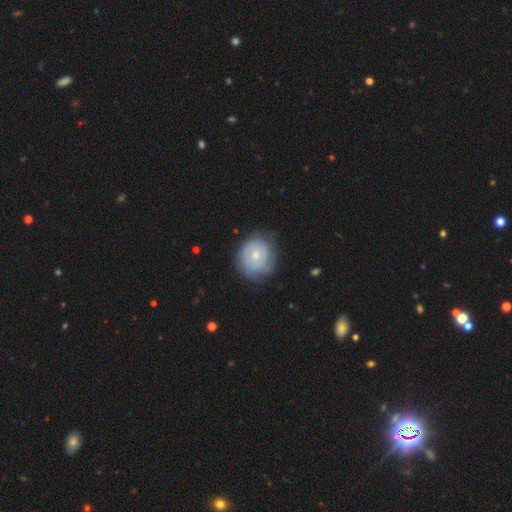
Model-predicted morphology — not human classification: The model was most divided on "bulge size": small: 50%, moderate: 45%, large: 2%, none: 2%, dominant: 1%. More confident: edge-on disk — no (98%); spiral arms — yes (79%); bar — no (72%); merging — none (69%); smooth or featured — featured or disk (62%).